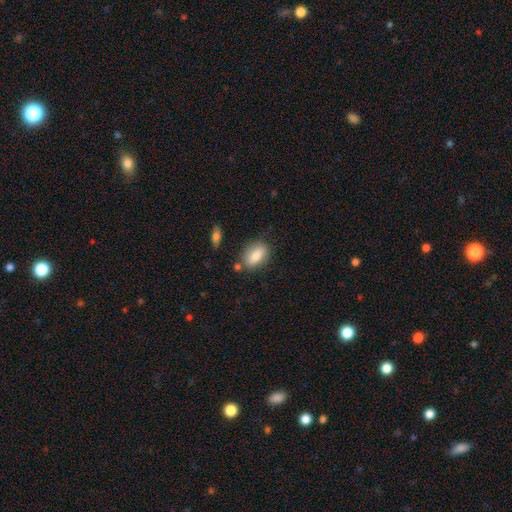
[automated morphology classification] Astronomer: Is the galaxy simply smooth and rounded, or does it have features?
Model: smooth — 81%.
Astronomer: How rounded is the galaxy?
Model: in between — 85%.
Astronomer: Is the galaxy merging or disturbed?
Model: none — 73%.